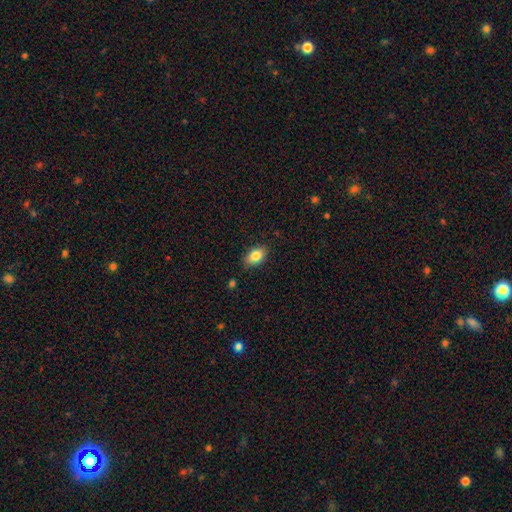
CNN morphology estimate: This is clearly a smooth galaxy (84%). How rounded: clearly in between (88%). Merging: clearly none (85%).